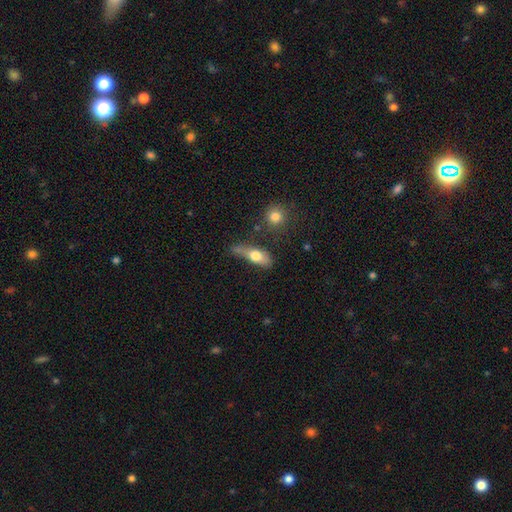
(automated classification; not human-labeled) Smooth or featured: smooth — 65% (featured or disk — 27%)
How rounded: in between — 57% (cigar-shaped — 36%)
Merging: none — 43% (minor disturbance — 28%)